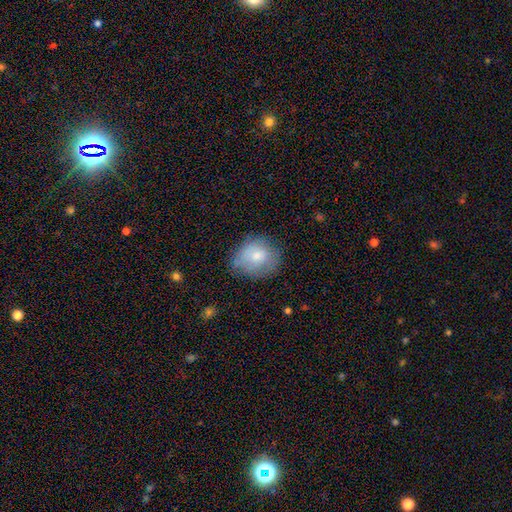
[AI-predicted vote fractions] smooth_or_featured: smooth (p=0.73) [alt: featured or disk p=0.19]
how_rounded: round (p=0.68) [alt: in between p=0.31]
merging: none (p=0.64) [alt: minor disturbance p=0.26]